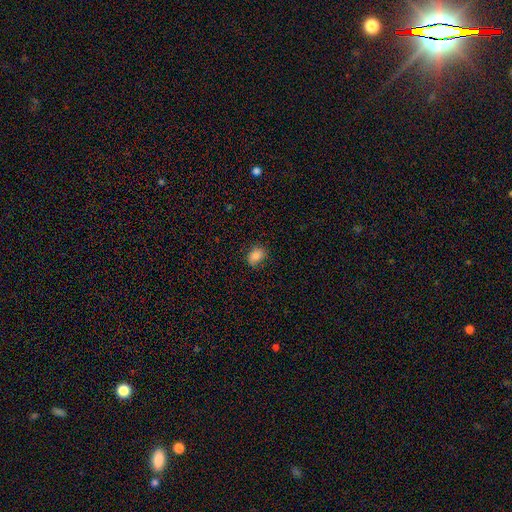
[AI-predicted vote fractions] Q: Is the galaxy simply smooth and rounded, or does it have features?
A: smooth — 85%.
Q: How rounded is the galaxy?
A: in between — 70%.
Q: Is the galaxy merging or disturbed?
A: none — 81%.